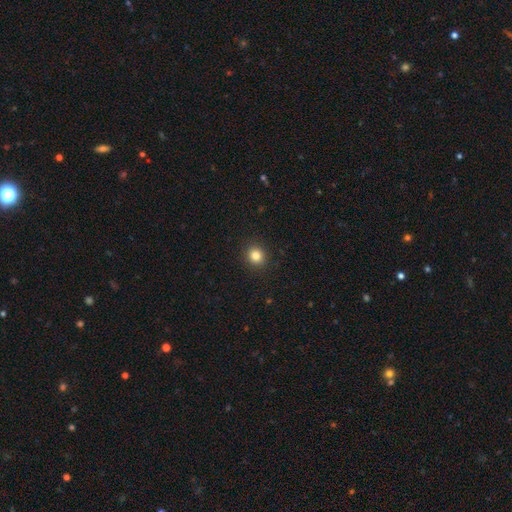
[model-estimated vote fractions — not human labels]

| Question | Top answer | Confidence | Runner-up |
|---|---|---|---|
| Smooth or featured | smooth | 83% | star or artifact (12%) |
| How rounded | round | 87% | in between (12%) |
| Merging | none | 92% | minor disturbance (5%) |